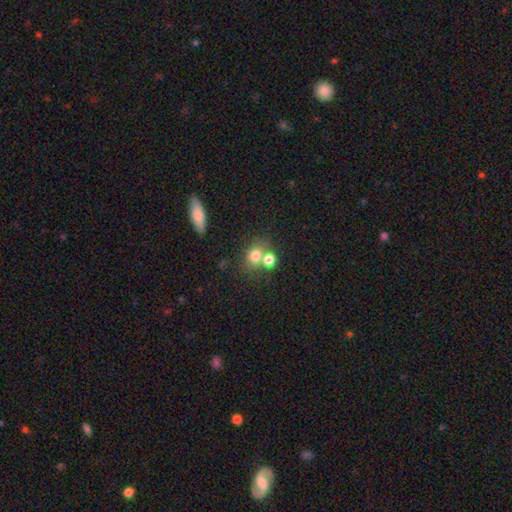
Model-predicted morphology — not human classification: Smooth or featured: smooth — 75% (star or artifact — 13%)
How rounded: round — 64% (in between — 34%)
Merging: none — 47% (merger — 39%)